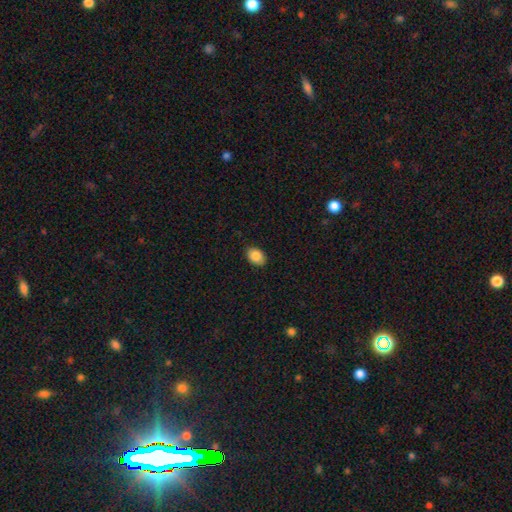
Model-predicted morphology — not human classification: type=smooth (87%); roundness=in between (80%); merging=none (88%).